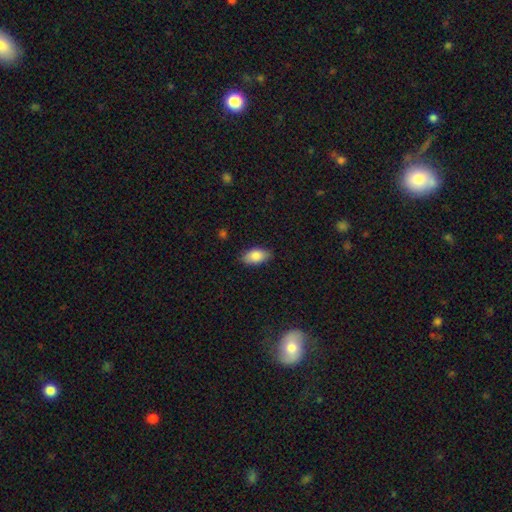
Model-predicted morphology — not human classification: This appears to be a smooth galaxy with no disk features (86%) that is in between round and cigar-shaped (93%). Merging: none (84%).